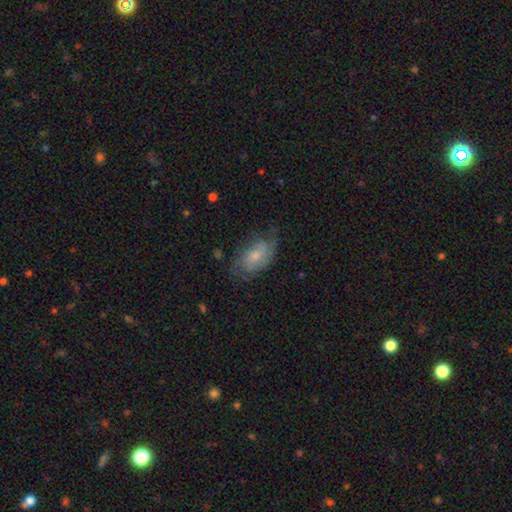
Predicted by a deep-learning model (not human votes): Morphology: type=smooth (53%); roundness=in between (90%); merging=none (57%).